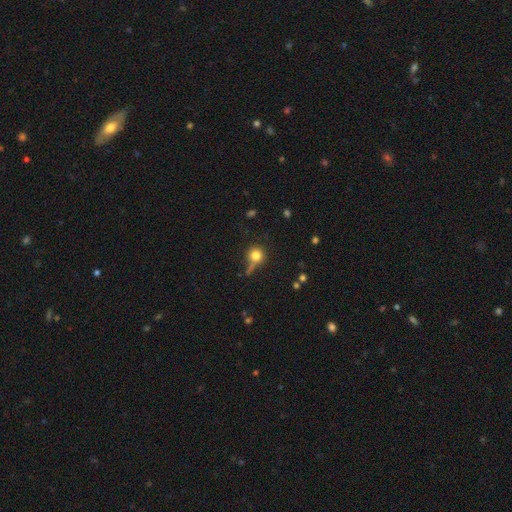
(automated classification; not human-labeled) A smooth galaxy with no disk features (76%) that is round (89%).

Vote fractions:
- Smooth or featured? smooth: 76% / star or artifact: 13% / featured or disk: 11%
- How rounded? round: 89% / in between: 9% / cigar-shaped: 2%
- Merging? none: 56% / minor disturbance: 20% / major disturbance: 13% / merger: 11%